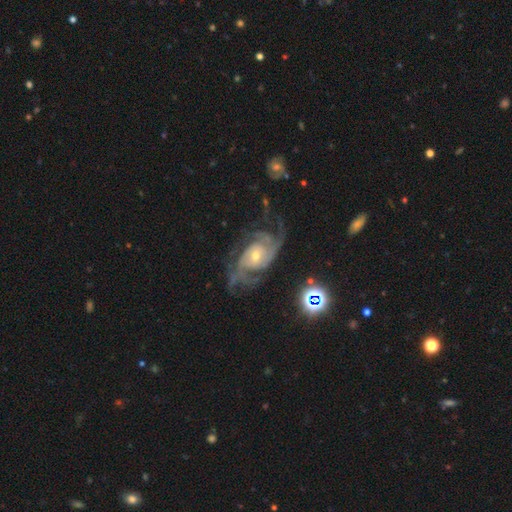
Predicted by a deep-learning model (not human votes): Smooth or featured? Predicted: featured or disk (p=0.89). Edge-on disk? Predicted: no (p=0.97). Bar? Predicted: no (p=0.61). Spiral arms? Predicted: yes (p=0.97). Spiral winding? Predicted: medium (p=0.45). Spiral arm count? Predicted: 3 (p=0.27). Bulge size? Predicted: moderate (p=0.48). Merging? Predicted: none (p=0.59).